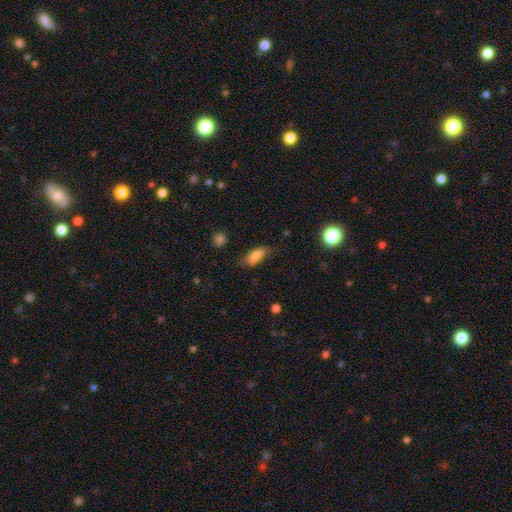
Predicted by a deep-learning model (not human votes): Q: Smooth or featured?
A: smooth (80%); runner-up: featured or disk (11%)
Q: How rounded?
A: in between (80%); runner-up: cigar-shaped (16%)
Q: Merging?
A: none (62%); runner-up: minor disturbance (27%)